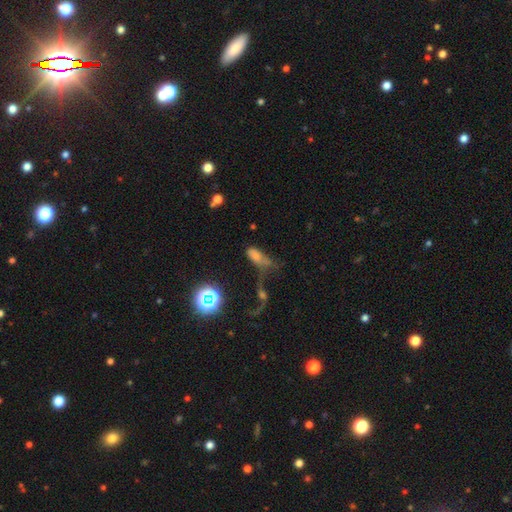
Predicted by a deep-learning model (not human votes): Overall: smooth (50%; featured or disk 26%). Merging: major disturbance (31%; merger 28%).